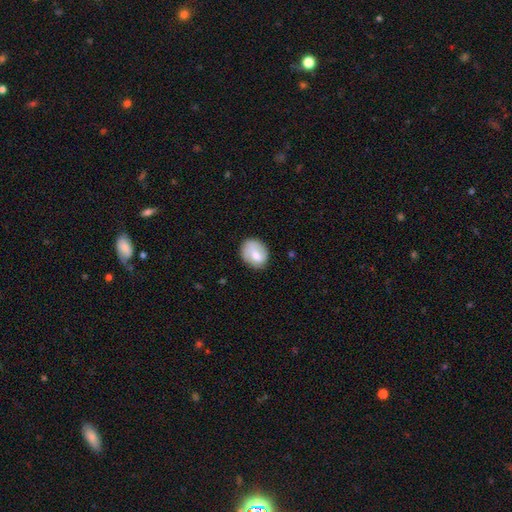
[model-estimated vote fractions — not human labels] Overall: smooth (60%; featured or disk 33%). How rounded: round (50%; in between 49%). Merging: none (73%).